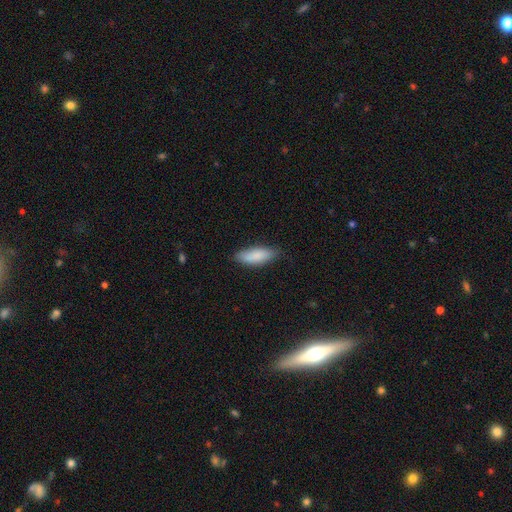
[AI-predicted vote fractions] Q: Smooth or featured?
A: smooth (85%); runner-up: featured or disk (9%)
Q: How rounded?
A: in between (64%); runner-up: cigar-shaped (34%)
Q: Merging?
A: none (79%); runner-up: minor disturbance (17%)